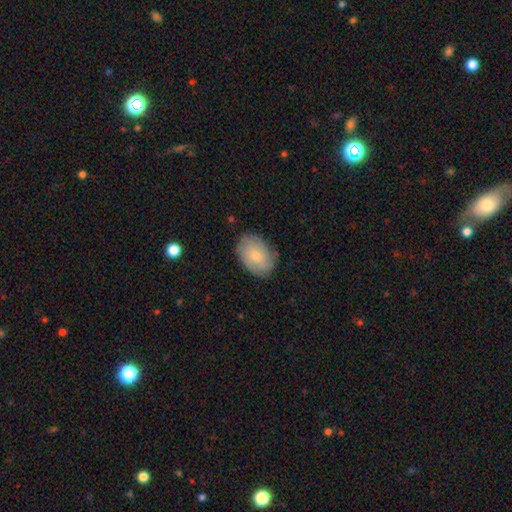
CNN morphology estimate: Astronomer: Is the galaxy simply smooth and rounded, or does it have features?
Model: smooth — 58% (runner-up: featured or disk, 35%).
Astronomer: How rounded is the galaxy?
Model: in between — 84%.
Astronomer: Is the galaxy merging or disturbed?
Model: none — 79%.